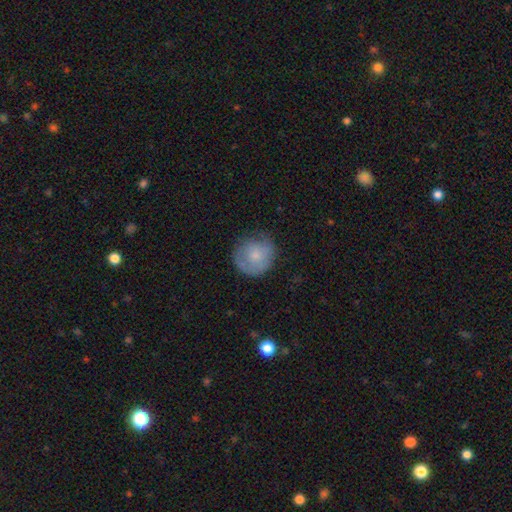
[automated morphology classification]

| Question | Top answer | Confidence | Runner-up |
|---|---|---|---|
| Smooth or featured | smooth | 68% | featured or disk (25%) |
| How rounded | round | 89% | in between (10%) |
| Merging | none | 65% | minor disturbance (25%) |